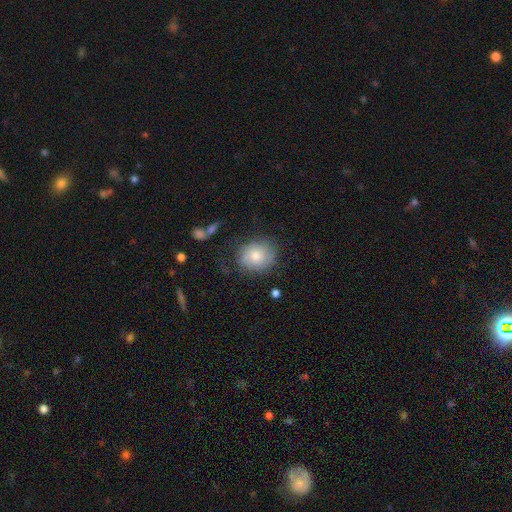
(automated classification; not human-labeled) Overall: smooth (72%). How rounded: round (68%; in between 31%). Merging: none (68%).